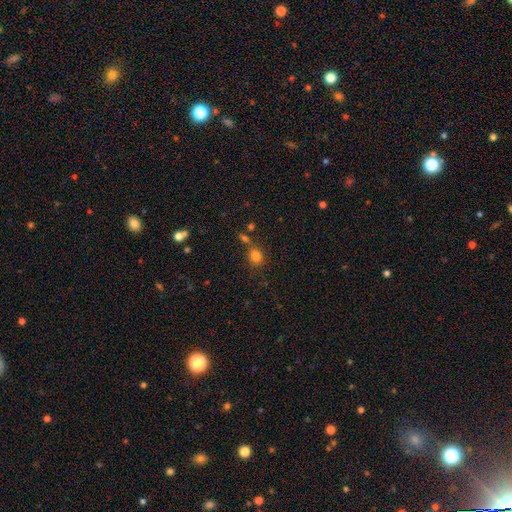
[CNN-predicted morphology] This is likely a smooth galaxy (80%). How rounded: likely round (64%). Merging: possibly none (59%).